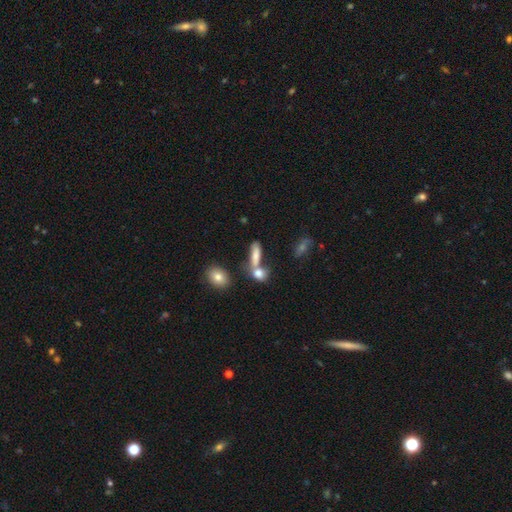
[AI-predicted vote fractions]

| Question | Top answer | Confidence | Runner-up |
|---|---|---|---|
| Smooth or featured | smooth | 72% | featured or disk (16%) |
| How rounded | in between | 50% | cigar-shaped (41%) |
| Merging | none | 46% | merger (34%) |